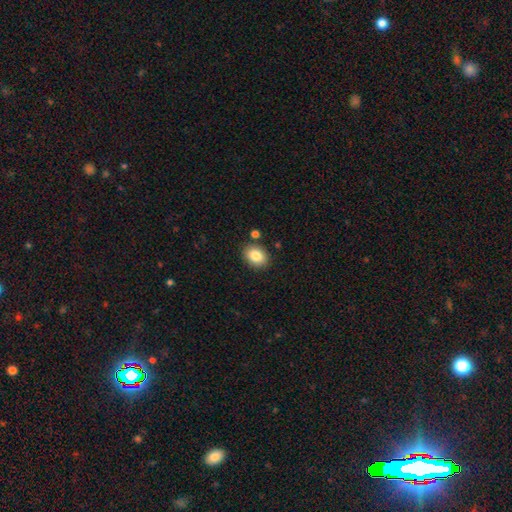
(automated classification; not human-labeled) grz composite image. It shows a smooth galaxy with no disk features (85%) that is in between round and cigar-shaped (67%). Merging: none (85%).